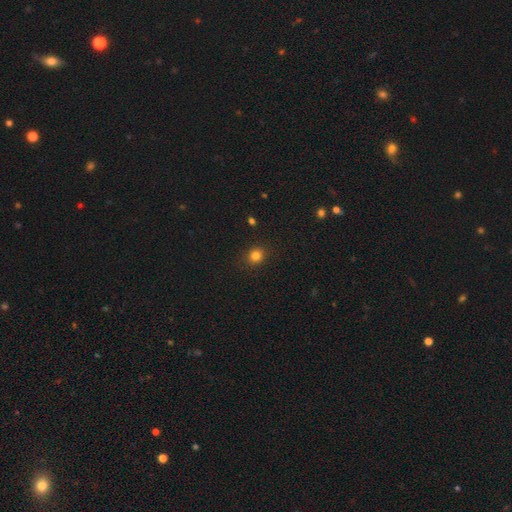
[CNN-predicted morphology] smooth_or_featured: smooth (p=0.82) [alt: star or artifact p=0.13]
how_rounded: round (p=0.78) [alt: in between p=0.21]
merging: none (p=0.89) [alt: minor disturbance p=0.08]